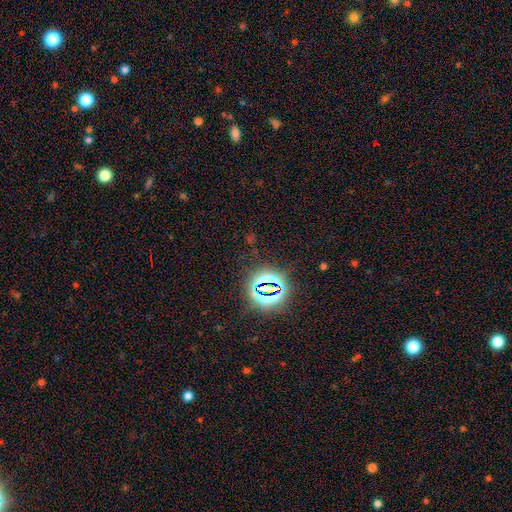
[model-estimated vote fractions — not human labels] A star or artifact, not a galaxy (77%).